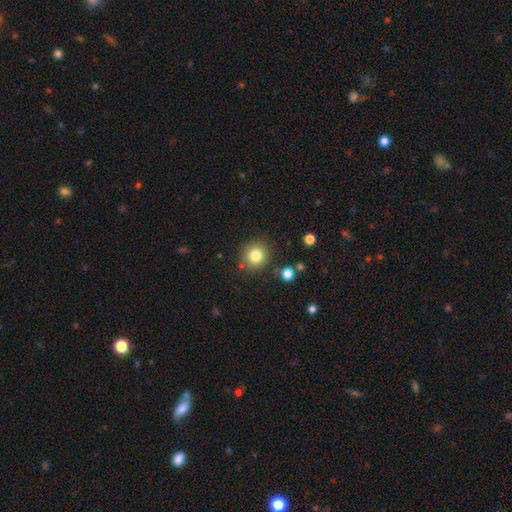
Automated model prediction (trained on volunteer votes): Smooth or featured? Predicted: smooth (p=0.81). How rounded? Predicted: round (p=0.90). Merging? Predicted: none (p=0.85).